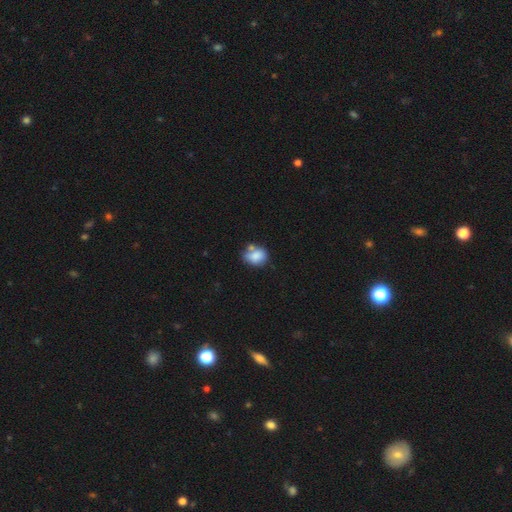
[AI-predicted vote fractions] Q: Smooth or featured?
A: smooth (80%); runner-up: featured or disk (11%)
Q: How rounded?
A: in between (54%); runner-up: round (45%)
Q: Merging?
A: none (47%); runner-up: merger (25%)